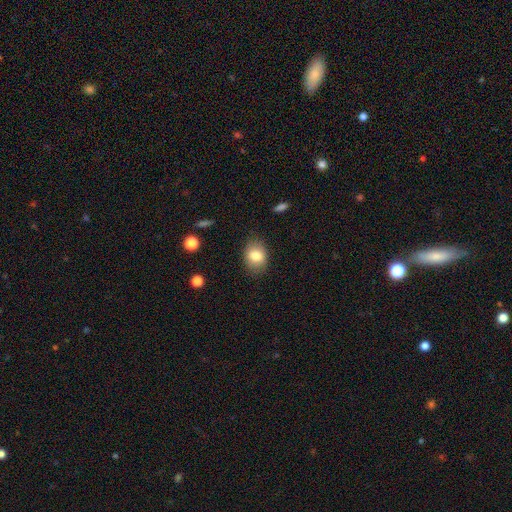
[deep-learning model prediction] smooth-or-featured: smooth: 83% | featured or disk: 9% | star or artifact: 8%
  how-rounded: in between: 62% | round: 37% | cigar-shaped: 1%
  merging: none: 80% | minor disturbance: 15% | major disturbance: 4% | merger: 1%